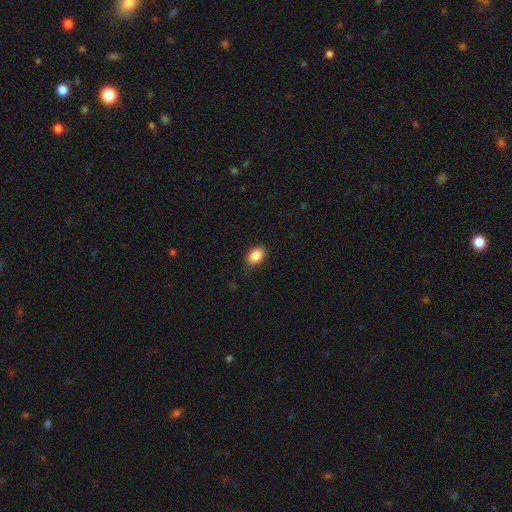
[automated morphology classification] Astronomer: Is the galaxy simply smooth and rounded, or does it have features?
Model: smooth — 87%.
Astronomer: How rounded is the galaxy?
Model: in between — 82%.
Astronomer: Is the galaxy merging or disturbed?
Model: none — 86%.